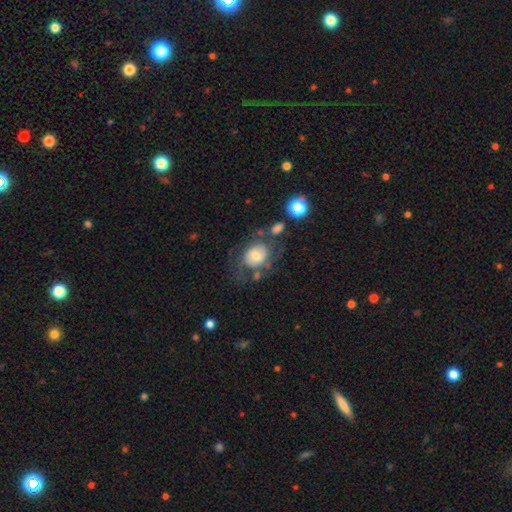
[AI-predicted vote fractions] This appears to be a smooth galaxy with no disk features (53%) that is round (50%). Merging: none (47%).